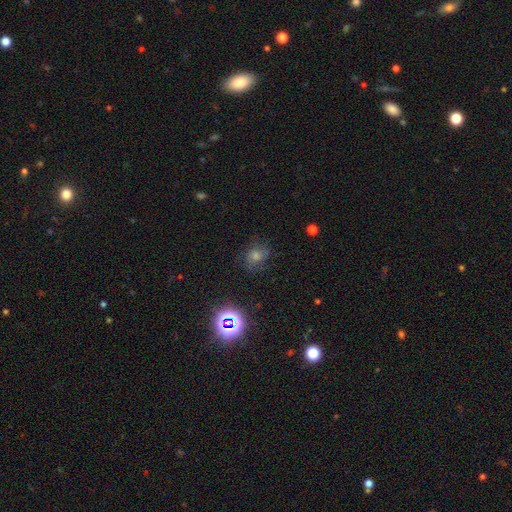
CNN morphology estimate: Overall: star or artifact (39%; smooth 37%).